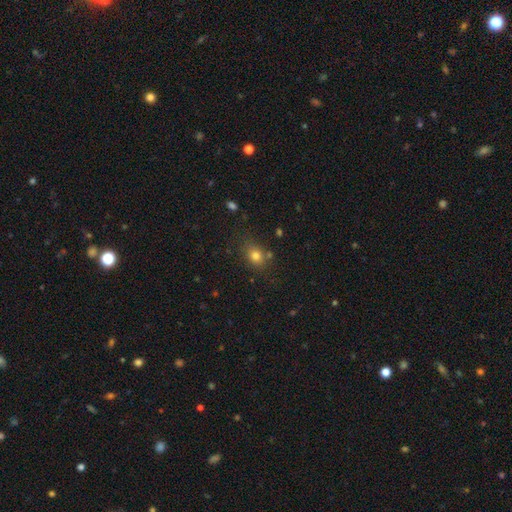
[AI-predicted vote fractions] A smooth galaxy with no disk features (78%) that is in between round and cigar-shaped (50%).

Vote fractions:
- Smooth or featured? smooth: 78% / star or artifact: 13% / featured or disk: 9%
- How rounded? in between: 50% / round: 49% / cigar-shaped: 1%
- Merging? none: 74% / minor disturbance: 14% / merger: 7% / major disturbance: 4%